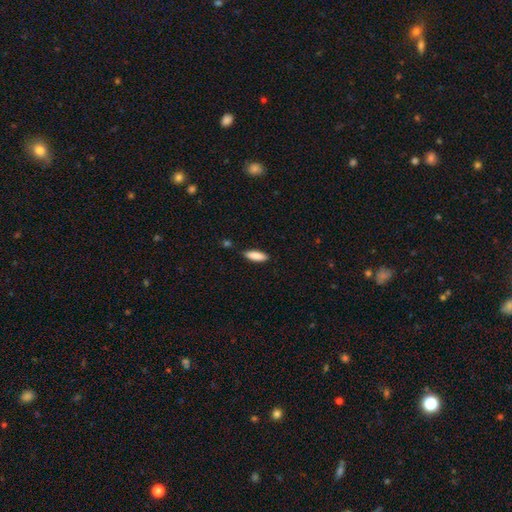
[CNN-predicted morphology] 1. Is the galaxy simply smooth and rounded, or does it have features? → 88% smooth, 7% featured or disk, 6% star or artifact.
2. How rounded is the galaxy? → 56% in between, 42% cigar-shaped, 2% round.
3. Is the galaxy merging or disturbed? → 85% none, 11% minor disturbance, 2% major disturbance, 2% merger.